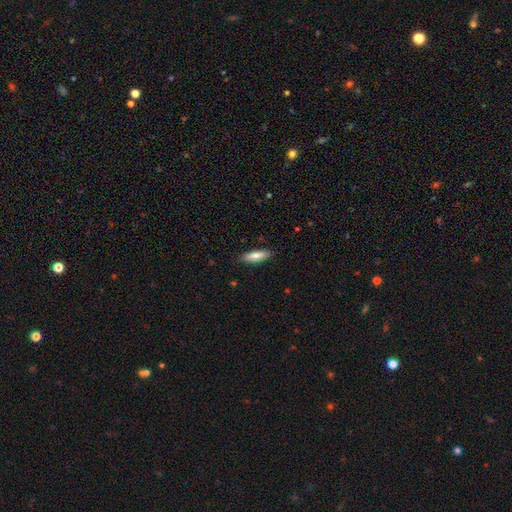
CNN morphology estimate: This is likely a smooth galaxy (75%). How rounded: possibly cigar-shaped (57%). Merging: clearly none (88%).